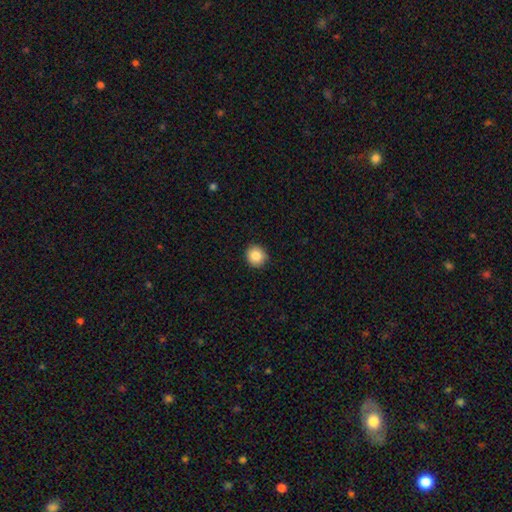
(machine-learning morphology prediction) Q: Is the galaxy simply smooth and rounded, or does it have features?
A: smooth — 86%.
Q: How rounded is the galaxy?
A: round — 90%.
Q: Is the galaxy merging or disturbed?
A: none — 88%.